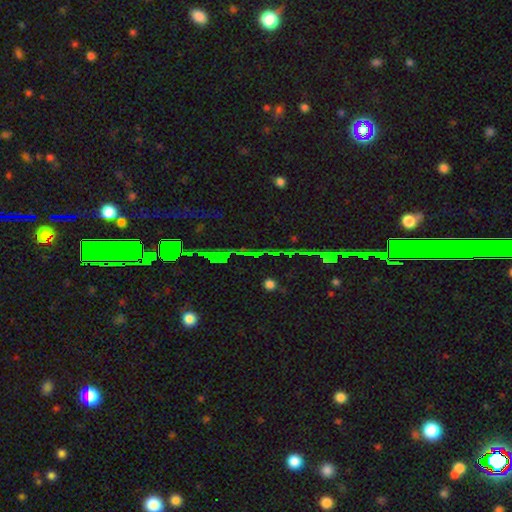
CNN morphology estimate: Smooth or featured? Predicted: star or artifact (p=0.71).